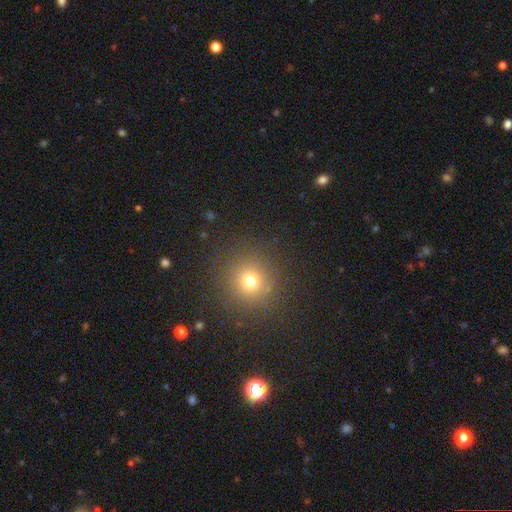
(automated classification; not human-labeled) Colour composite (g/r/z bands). It shows a smooth galaxy with no disk features (60%) that is round (93%). Merging: none (92%).